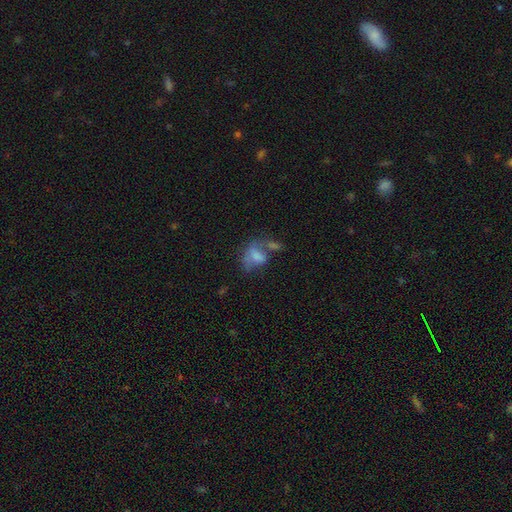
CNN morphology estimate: Smooth or featured? Predicted: smooth (p=0.59). How rounded? Predicted: in between (p=0.77). Merging? Predicted: merger (p=0.33).